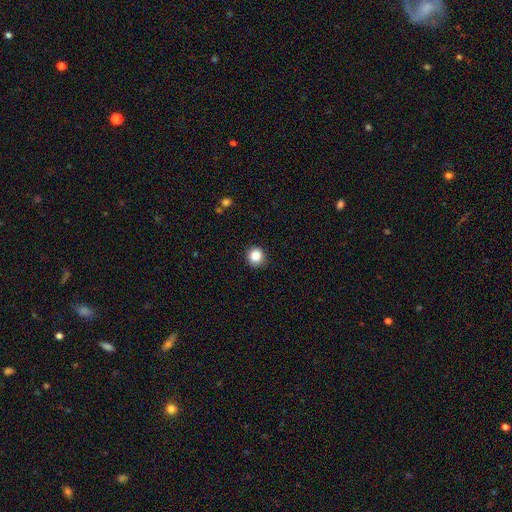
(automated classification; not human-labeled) smooth 86%, star or artifact 10%, featured or disk 4%. Down the decision tree: how rounded — round (93%); merging — none (89%).